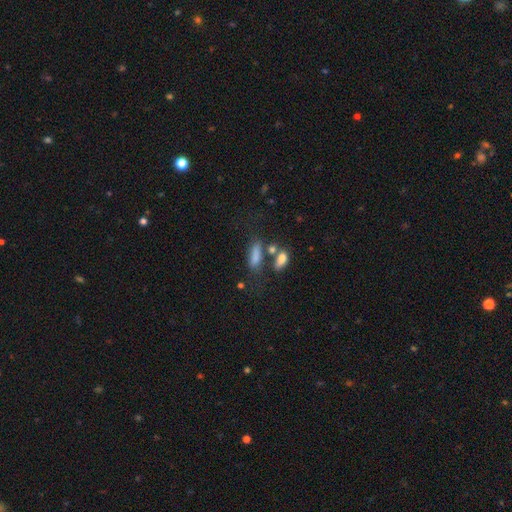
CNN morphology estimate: A smooth galaxy with no disk features (77%) that is in between round and cigar-shaped (64%). Merging: none (44%).